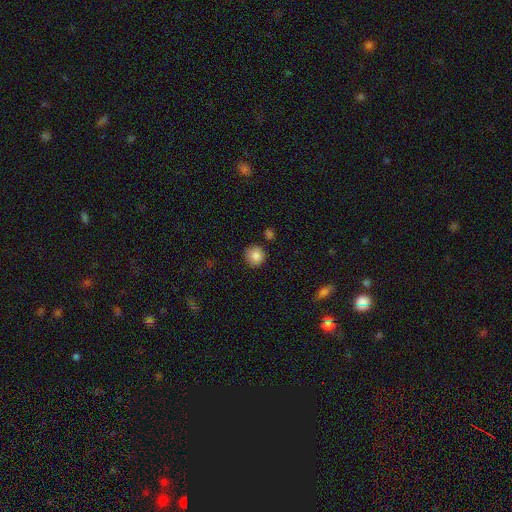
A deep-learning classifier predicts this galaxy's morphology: Smooth or featured? smooth (86%)
How rounded? round (91%)
Merging? none (86%)